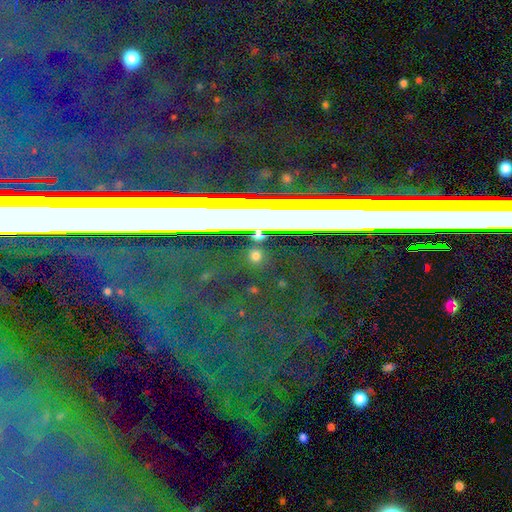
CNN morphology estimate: smooth-or-featured: smooth: 47% | star or artifact: 45% | featured or disk: 8%
  merging: none: 86% | minor disturbance: 8% | major disturbance: 3% | merger: 3%